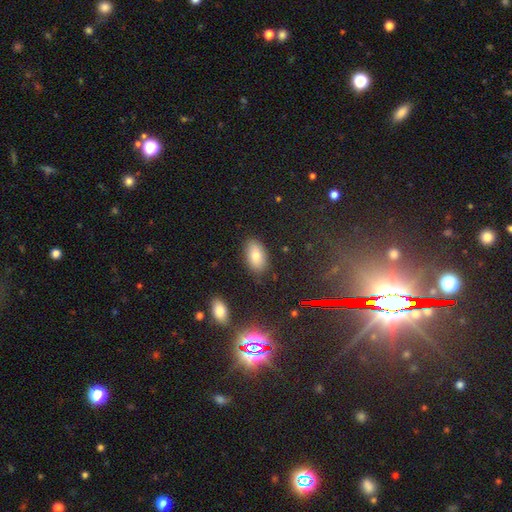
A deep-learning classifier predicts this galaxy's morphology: smooth 77%, featured or disk 12%, star or artifact 10%. Down the decision tree: how rounded — in between (92%); merging — none (85%).